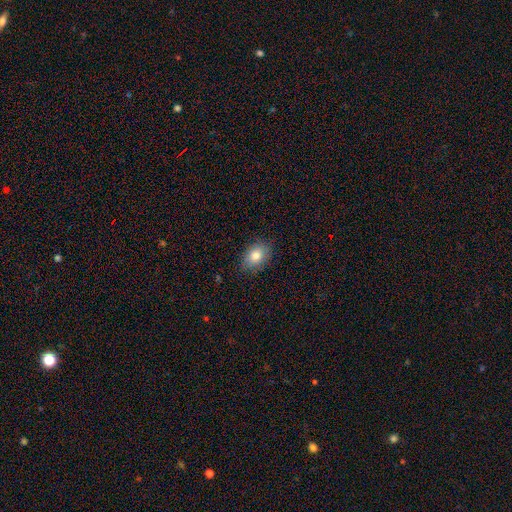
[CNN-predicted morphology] smooth 81%, featured or disk 10%, star or artifact 9%. Down the decision tree: how rounded — in between (77%); merging — none (84%).